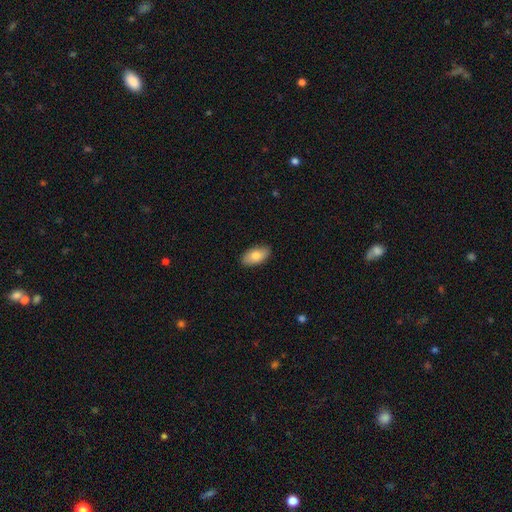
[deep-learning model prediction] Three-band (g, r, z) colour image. It shows a smooth galaxy with no disk features (81%) that is in between round and cigar-shaped (94%). Merging: none (88%).